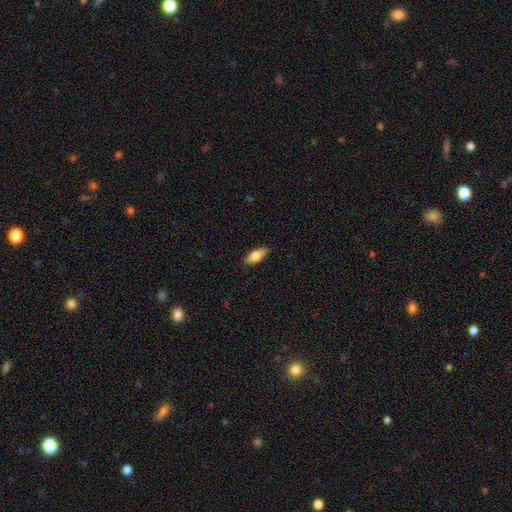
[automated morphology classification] Overall: smooth (71%). How rounded: in between (76%). Merging: none (88%).